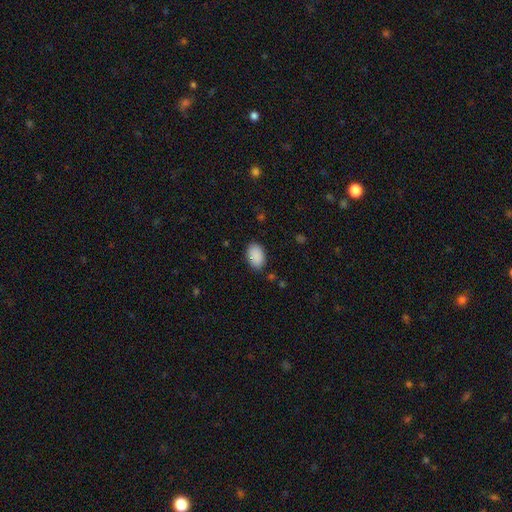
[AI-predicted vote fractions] Smooth or featured: smooth — 90% (star or artifact — 7%)
How rounded: in between — 89% (round — 10%)
Merging: none — 85% (minor disturbance — 11%)